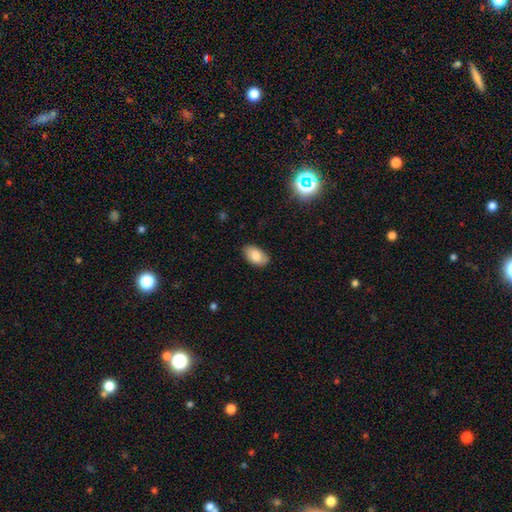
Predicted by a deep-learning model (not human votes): A smooth galaxy with no disk features (82%) that is in between round and cigar-shaped (93%). Merging: none (82%).